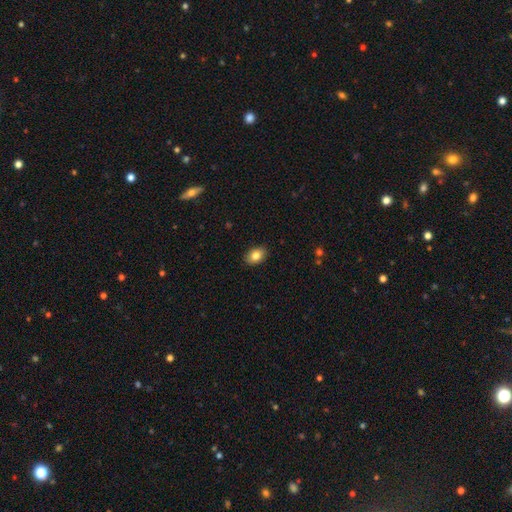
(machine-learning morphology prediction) type=smooth (83%); roundness=in between (79%); merging=none (89%).